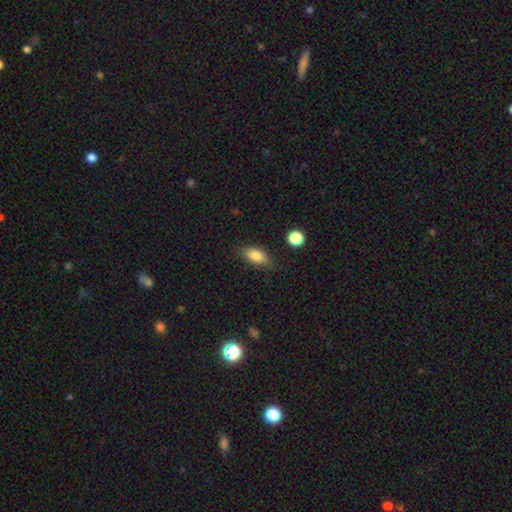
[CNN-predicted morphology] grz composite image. It shows a smooth galaxy with no disk features (82%) that is in between round and cigar-shaped (84%). Merging: none (79%).